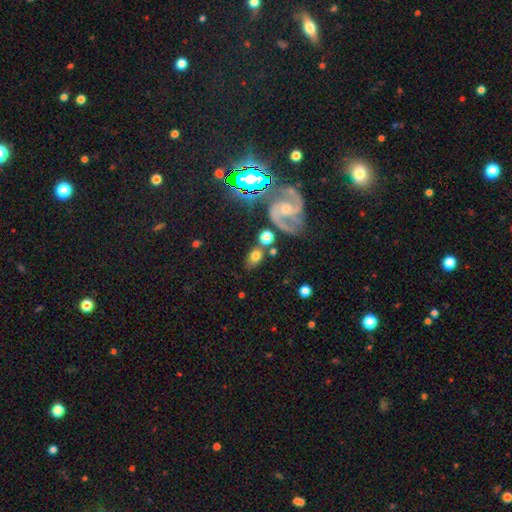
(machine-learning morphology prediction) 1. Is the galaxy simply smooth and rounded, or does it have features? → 61% smooth, 27% featured or disk, 12% star or artifact.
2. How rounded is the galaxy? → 63% in between, 34% round, 3% cigar-shaped.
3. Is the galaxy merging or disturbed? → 64% none, 15% merger, 14% minor disturbance, 7% major disturbance.